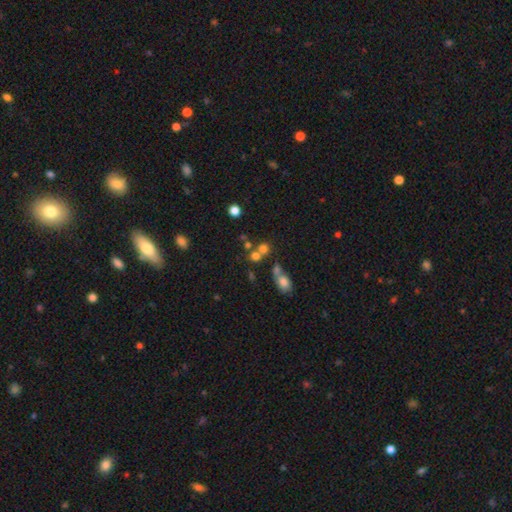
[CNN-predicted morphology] A smooth galaxy with no disk features (67%) that is round (80%). Merging: none (45%).